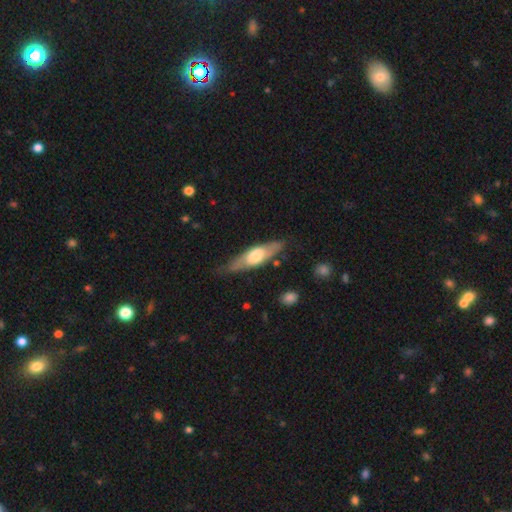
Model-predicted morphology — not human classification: type=featured or disk (48%); merging=none (73%).